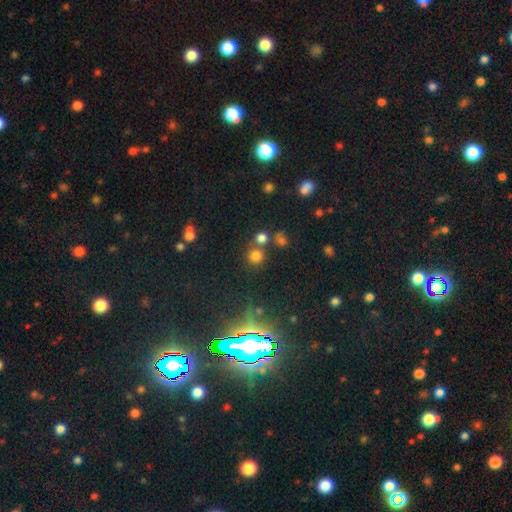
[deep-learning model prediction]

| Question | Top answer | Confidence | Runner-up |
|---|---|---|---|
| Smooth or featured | smooth | 72% | star or artifact (22%) |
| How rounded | round | 90% | in between (9%) |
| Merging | none | 71% | merger (17%) |